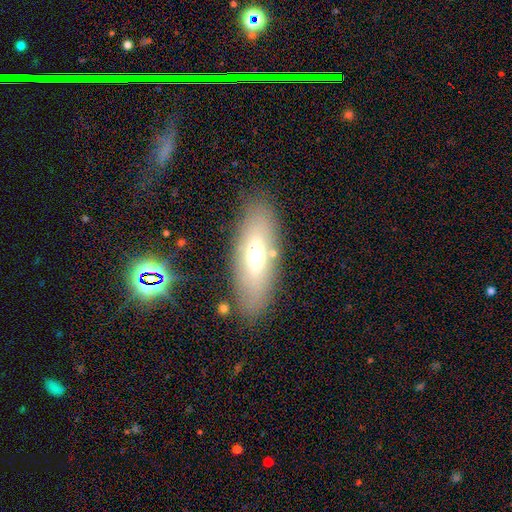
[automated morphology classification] This is possibly a smooth galaxy (55%). How rounded: likely in between (71%). Merging: clearly none (81%).